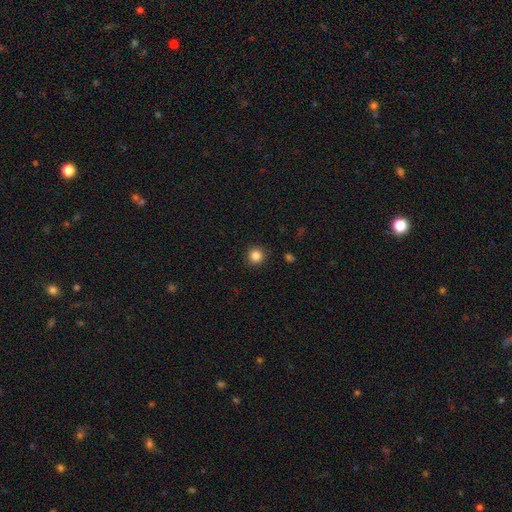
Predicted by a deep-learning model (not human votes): smooth_or_featured: smooth (p=0.85) [alt: star or artifact p=0.11]
how_rounded: round (p=0.94) [alt: in between p=0.05]
merging: none (p=0.91) [alt: minor disturbance p=0.06]